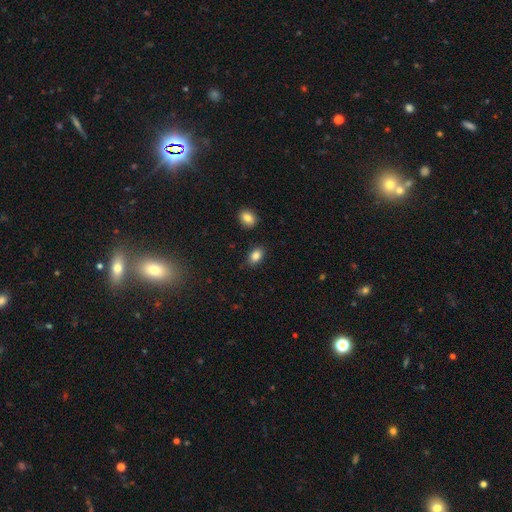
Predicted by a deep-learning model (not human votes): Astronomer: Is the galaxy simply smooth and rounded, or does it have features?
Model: smooth — 85%.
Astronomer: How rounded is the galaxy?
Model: in between — 83%.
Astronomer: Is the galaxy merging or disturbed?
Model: none — 85%.